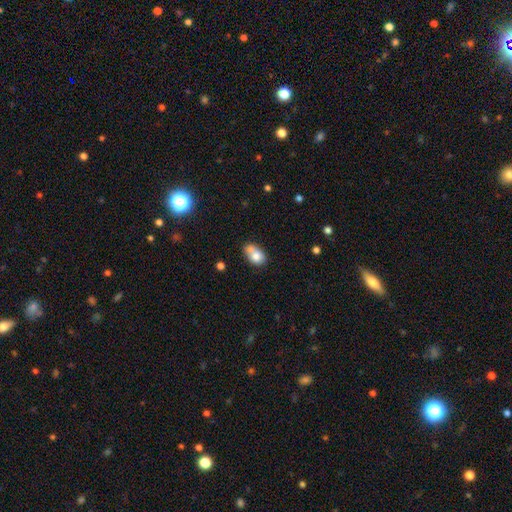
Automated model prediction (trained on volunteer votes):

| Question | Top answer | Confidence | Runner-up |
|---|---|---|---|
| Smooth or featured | smooth | 74% | featured or disk (17%) |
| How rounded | in between | 72% | round (27%) |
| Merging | merger | 41% | none (32%) |